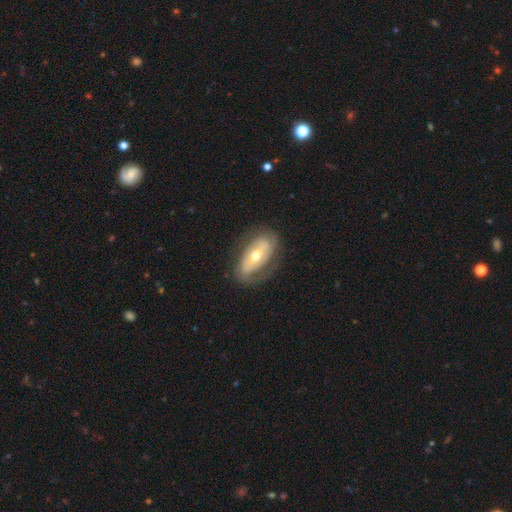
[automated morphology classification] Smooth or featured: featured or disk — 68% (smooth — 26%)
Edge-on disk: no — 90% (yes — 10%)
Bar: no — 57% (weak — 23%)
Spiral arms: yes — 65% (no — 35%)
Bulge size: moderate — 60% (small — 34%)
Merging: none — 68% (minor disturbance — 19%)